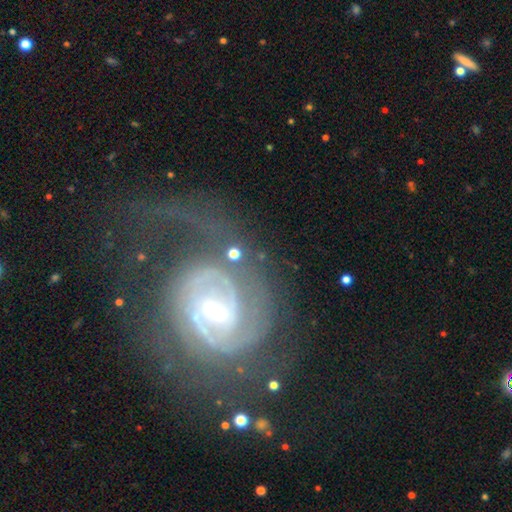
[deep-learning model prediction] The model was most divided on "bulge size": small: 53%, moderate: 41%, large: 3%, none: 1%, dominant: 1%. Remaining: edge-on disk — no (97%); spiral arms — yes (96%); smooth or featured — featured or disk (88%); spiral winding — tight (61%); spiral arm count — 2 (53%); merging — none (47%); bar — weak (45%).